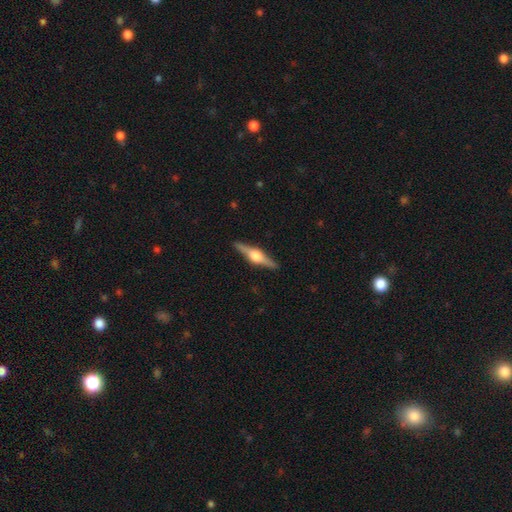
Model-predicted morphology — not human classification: The model was most divided on "smooth or featured": featured or disk: 80%, smooth: 15%, star or artifact: 5%. More confident: edge-on disk — yes (98%); edge-on bulge — rounded (94%); merging — none (91%).